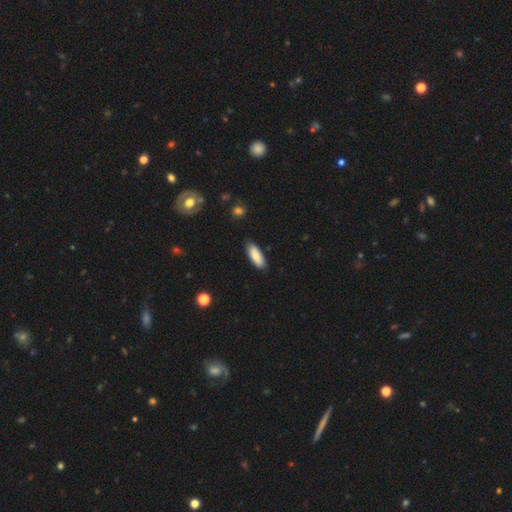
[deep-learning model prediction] Smooth or featured? Predicted: smooth (p=0.83). How rounded? Predicted: in between (p=0.70). Merging? Predicted: none (p=0.85).